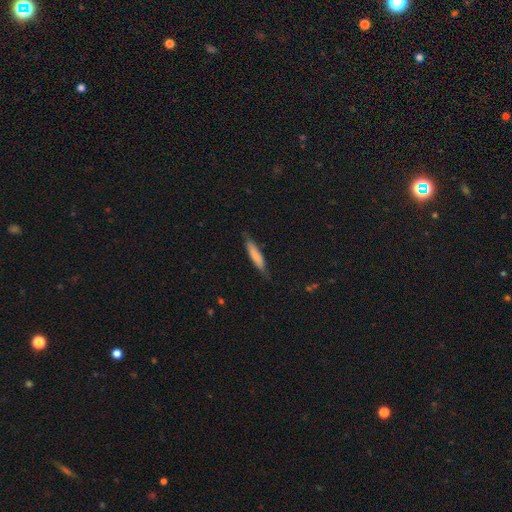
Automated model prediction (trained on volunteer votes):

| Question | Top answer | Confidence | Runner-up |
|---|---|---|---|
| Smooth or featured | smooth | 75% | featured or disk (20%) |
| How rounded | cigar-shaped | 84% | in between (15%) |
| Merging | none | 78% | minor disturbance (18%) |